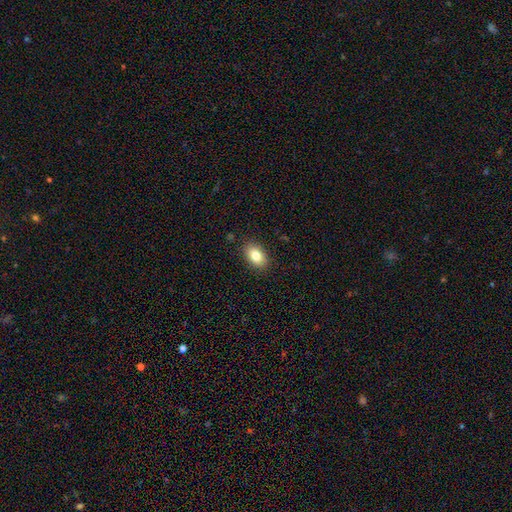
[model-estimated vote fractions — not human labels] Smooth or featured? Predicted: smooth (p=0.82). How rounded? Predicted: in between (p=0.85). Merging? Predicted: none (p=0.88).